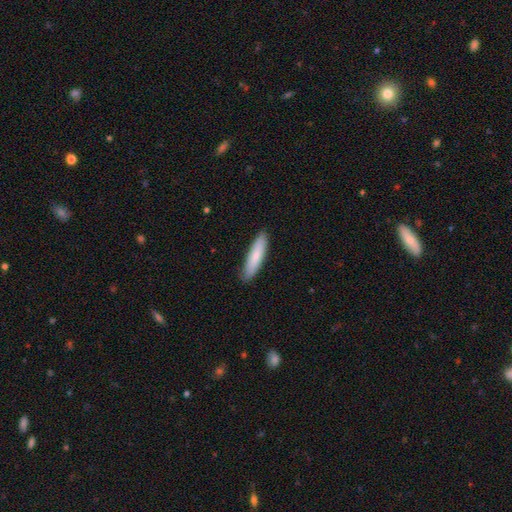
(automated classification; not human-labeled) Smooth or featured: smooth — 78% (featured or disk — 16%)
How rounded: cigar-shaped — 79% (in between — 20%)
Merging: none — 89% (minor disturbance — 8%)